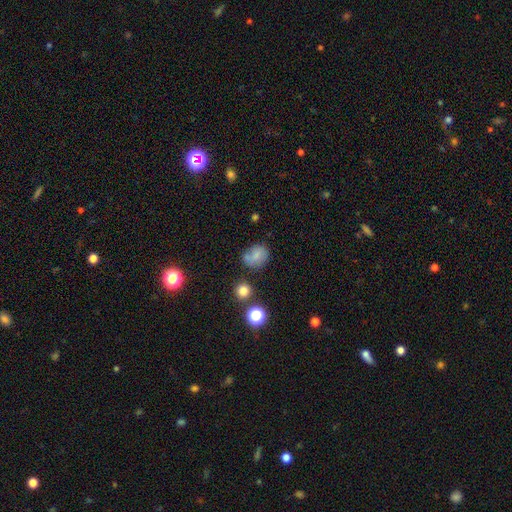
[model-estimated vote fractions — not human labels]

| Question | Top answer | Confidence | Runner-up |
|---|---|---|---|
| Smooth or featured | smooth | 69% | featured or disk (18%) |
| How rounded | round | 63% | in between (36%) |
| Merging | none | 55% | minor disturbance (23%) |